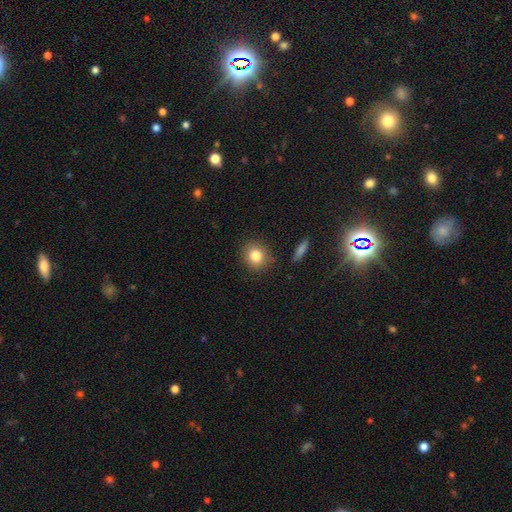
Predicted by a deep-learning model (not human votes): A smooth galaxy with no disk features (83%) that is round (80%).

Vote fractions:
- Smooth or featured? smooth: 83% / star or artifact: 9% / featured or disk: 8%
- How rounded? round: 80% / in between: 19% / cigar-shaped: 1%
- Merging? none: 86% / minor disturbance: 9% / major disturbance: 3% / merger: 2%